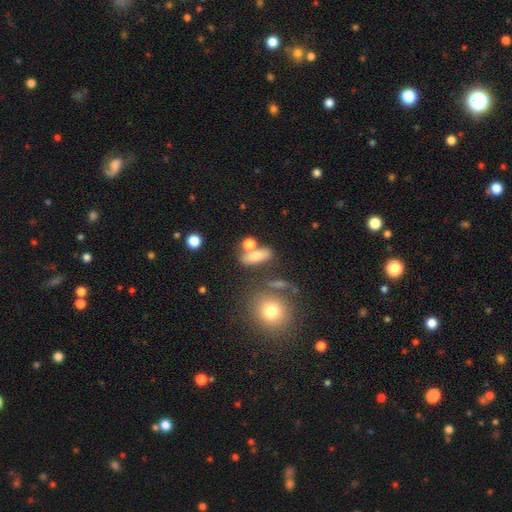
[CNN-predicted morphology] smooth 70%, featured or disk 18%, star or artifact 12%. Down the decision tree: how rounded — in between (61%); merging — none (58%).